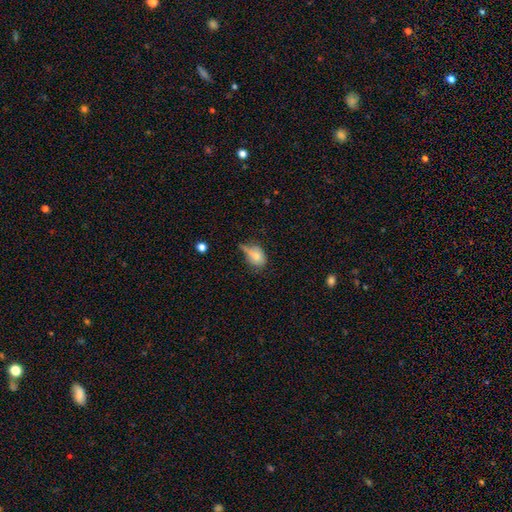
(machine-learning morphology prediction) Overall: smooth (73%). How rounded: in between (63%; round 36%). Merging: none (38%; minor disturbance 36%).